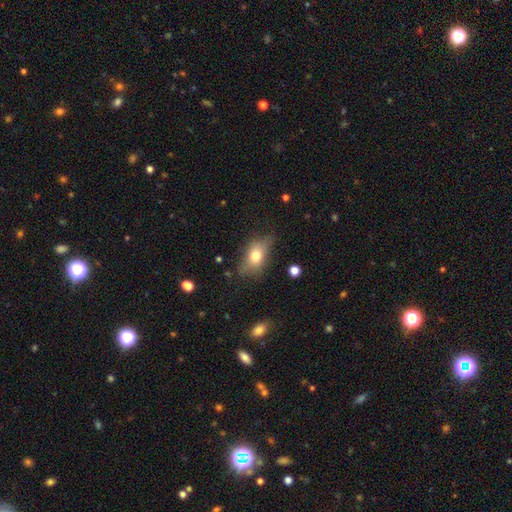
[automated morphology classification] type=smooth (68%); roundness=in between (81%); merging=none (56%).